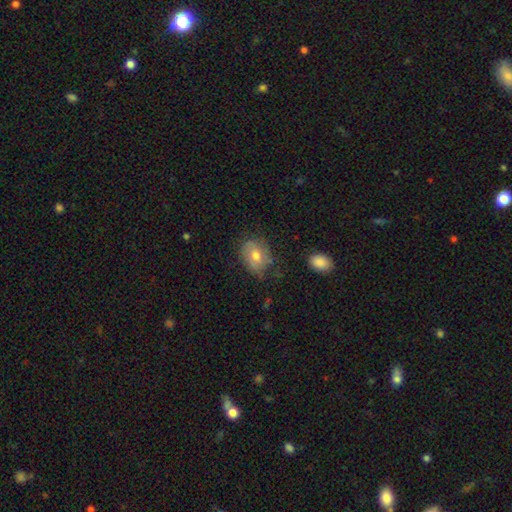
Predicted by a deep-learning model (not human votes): smooth-or-featured: smooth: 64% | featured or disk: 28% | star or artifact: 8%
  how-rounded: in between: 53% | round: 46% | cigar-shaped: 1%
  merging: none: 65% | minor disturbance: 26% | major disturbance: 7% | merger: 2%